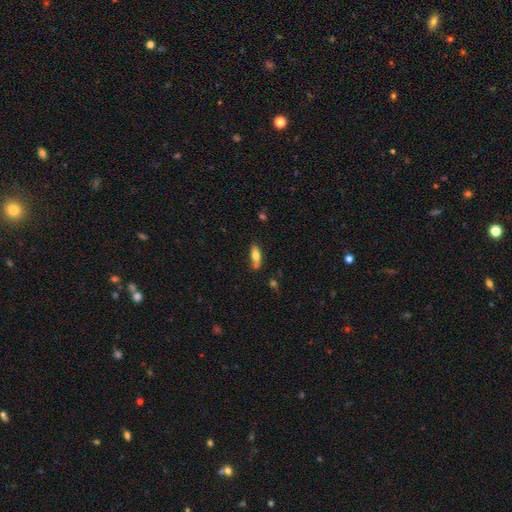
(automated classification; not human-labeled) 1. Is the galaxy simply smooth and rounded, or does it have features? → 71% smooth, 23% featured or disk, 6% star or artifact.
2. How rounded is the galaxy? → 61% in between, 36% cigar-shaped, 2% round.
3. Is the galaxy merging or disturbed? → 74% none, 19% minor disturbance, 4% major disturbance, 3% merger.